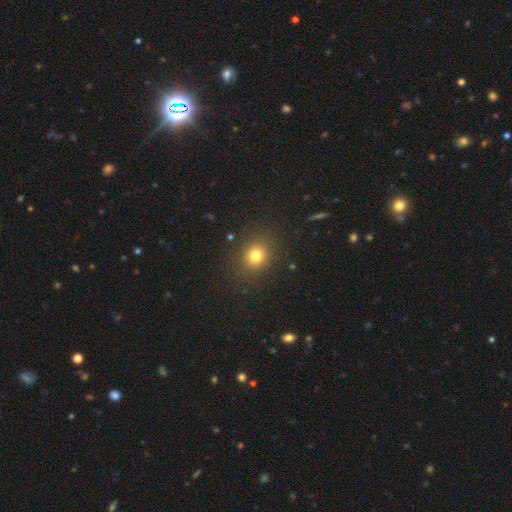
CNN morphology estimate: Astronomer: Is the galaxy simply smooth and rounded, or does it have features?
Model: smooth — 78%.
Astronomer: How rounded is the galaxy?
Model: round — 75%.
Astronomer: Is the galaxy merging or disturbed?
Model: none — 87%.